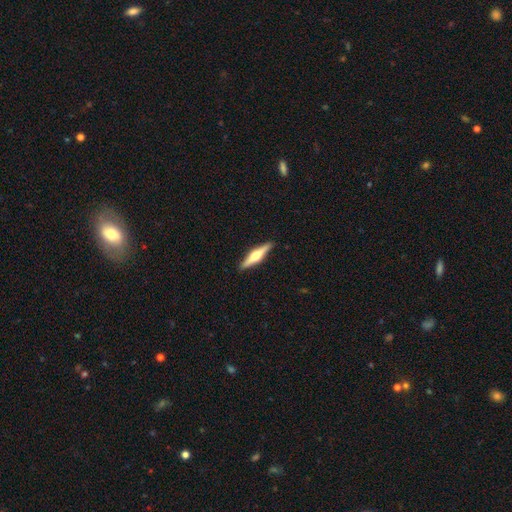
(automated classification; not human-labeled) Smooth or featured? Predicted: featured or disk (p=0.68). Edge-on disk? Predicted: yes (p=0.97). Edge-on bulge? Predicted: rounded (p=0.95). Merging? Predicted: none (p=0.91).